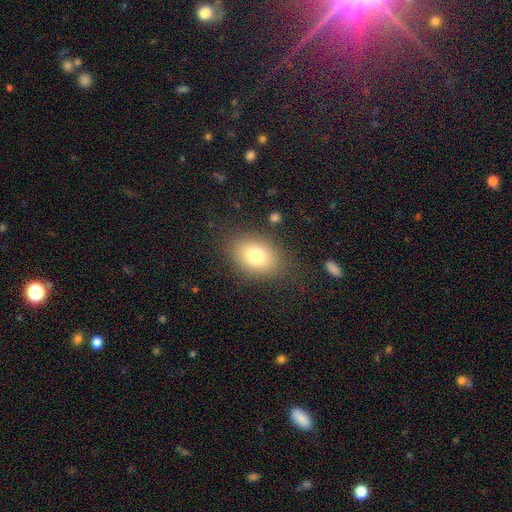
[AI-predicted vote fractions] Overall: smooth (77%). How rounded: in between (71%). Merging: none (82%).